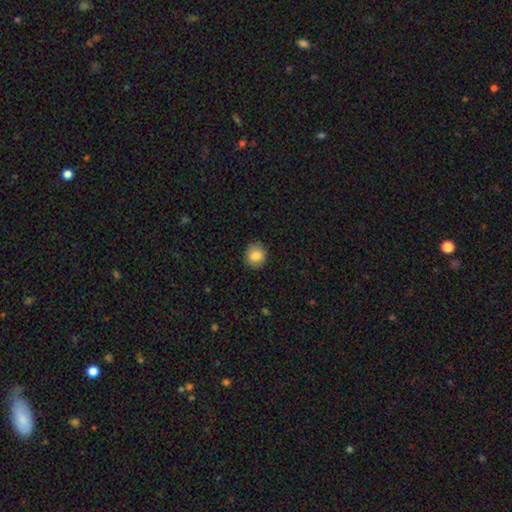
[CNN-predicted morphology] Overall: smooth (86%). How rounded: round (84%). Merging: none (89%).